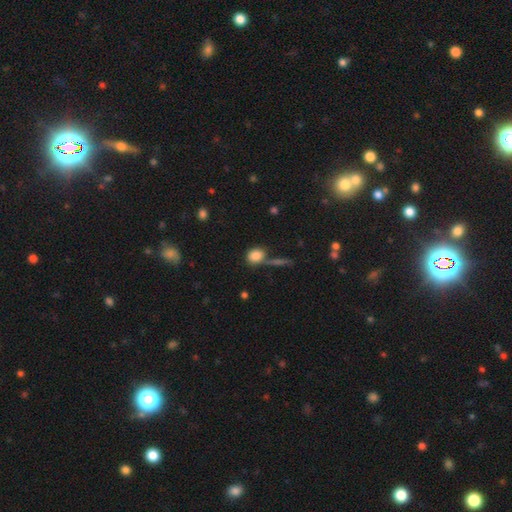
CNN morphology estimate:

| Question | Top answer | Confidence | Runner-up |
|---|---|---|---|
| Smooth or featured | smooth | 83% | star or artifact (10%) |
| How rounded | round | 61% | in between (36%) |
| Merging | none | 60% | merger (20%) |